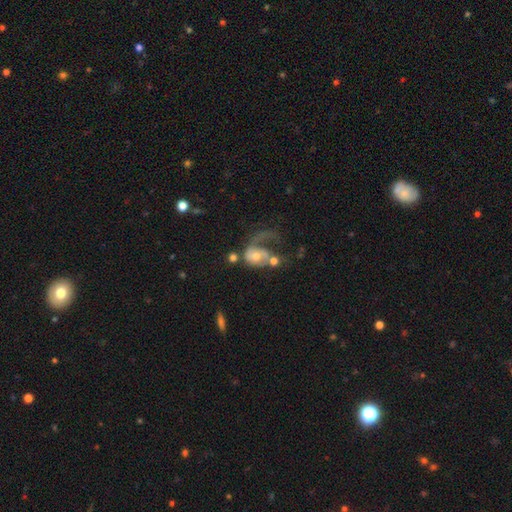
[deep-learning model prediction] Morphology: type=featured or disk (59%); edge-on=no (96%); bar=no (77%); spiral arms=yes (64%); bulge=moderate (52%); merging=major disturbance (47%).